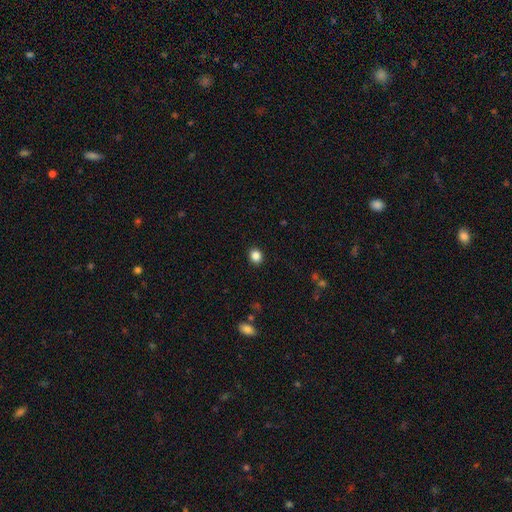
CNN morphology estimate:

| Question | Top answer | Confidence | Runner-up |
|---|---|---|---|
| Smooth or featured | smooth | 85% | star or artifact (11%) |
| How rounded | round | 72% | in between (27%) |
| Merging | none | 91% | minor disturbance (6%) |